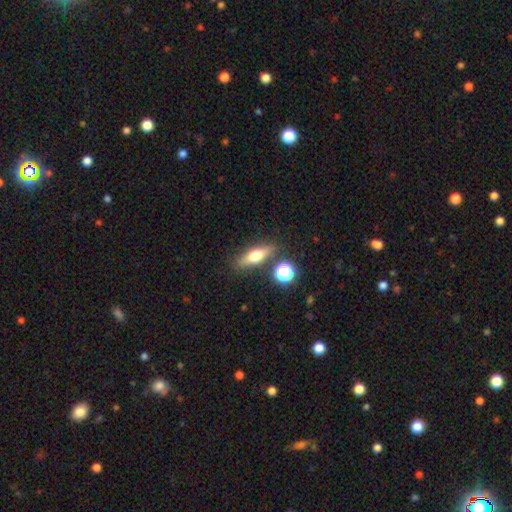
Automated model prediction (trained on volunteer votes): smooth_or_featured: smooth (p=0.53) [alt: featured or disk p=0.37]
how_rounded: cigar-shaped (p=0.46) [alt: in between p=0.43]
merging: none (p=0.80) [alt: minor disturbance p=0.10]